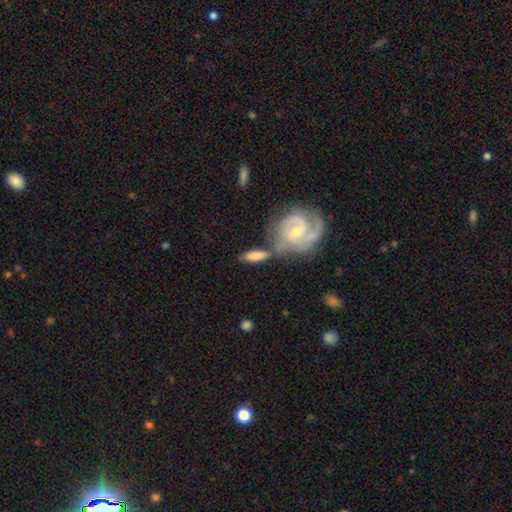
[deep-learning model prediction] A smooth galaxy with no disk features (58%) that is in between round and cigar-shaped (65%). Merging: none (46%).